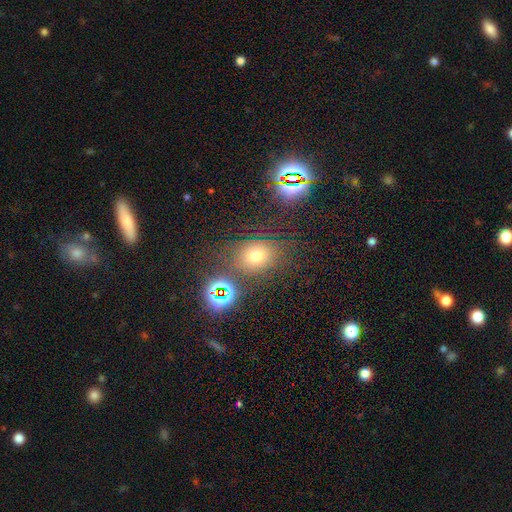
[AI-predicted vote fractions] A smooth galaxy with no disk features (62%) that is round (60%). Merging: none (75%).